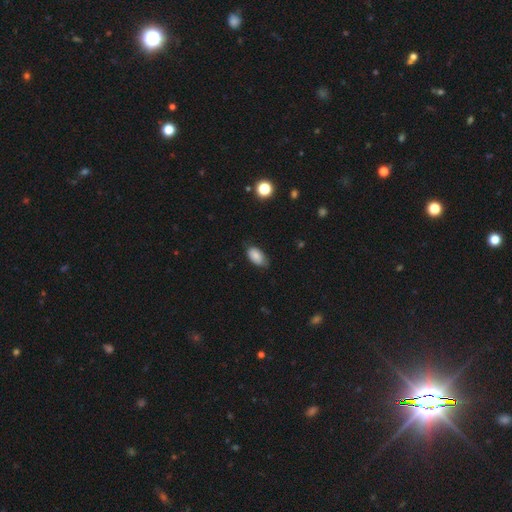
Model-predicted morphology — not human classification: Smooth or featured?
  - smooth: 84% *
  - featured or disk: 8%
  - star or artifact: 7%
How rounded?
  - in between: 94% *
  - round: 4%
  - cigar-shaped: 2%
Merging?
  - none: 71% *
  - minor disturbance: 24%
  - major disturbance: 4%
  - merger: 1%